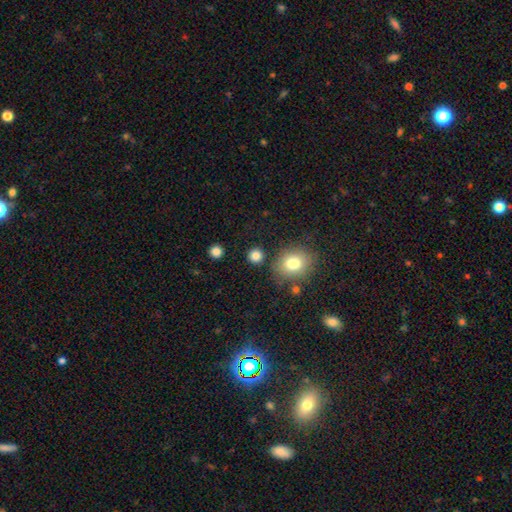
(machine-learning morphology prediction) Q: Smooth or featured?
A: smooth (84%); runner-up: star or artifact (12%)
Q: How rounded?
A: round (90%); runner-up: in between (9%)
Q: Merging?
A: none (86%); runner-up: minor disturbance (7%)